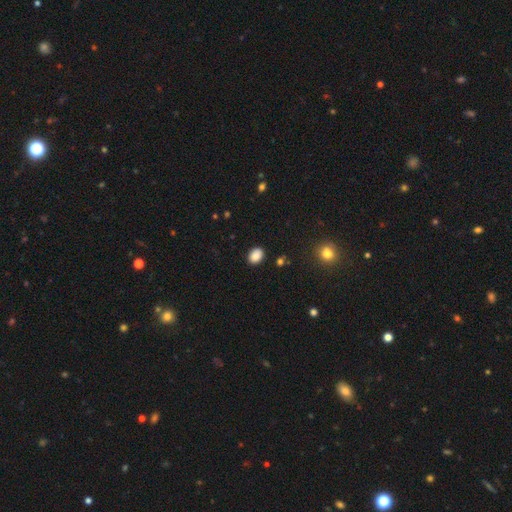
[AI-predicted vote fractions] Smooth or featured?
  - smooth: 87% *
  - star or artifact: 9%
  - featured or disk: 4%
How rounded?
  - in between: 70% *
  - round: 29%
  - cigar-shaped: 1%
Merging?
  - none: 89% *
  - minor disturbance: 8%
  - major disturbance: 2%
  - merger: 1%